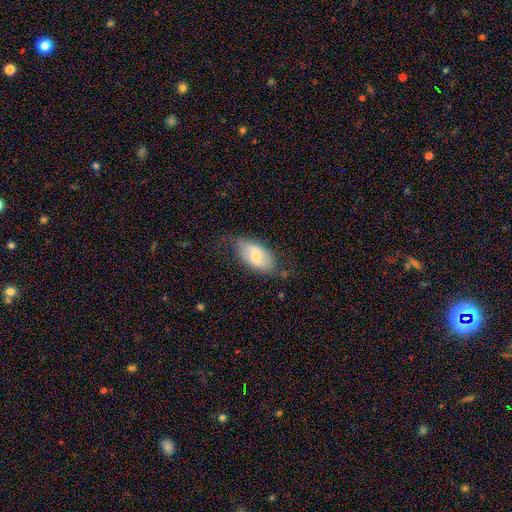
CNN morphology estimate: Smooth or featured: smooth — 63% (featured or disk — 31%)
How rounded: in between — 93% (cigar-shaped — 4%)
Merging: none — 60% (minor disturbance — 28%)